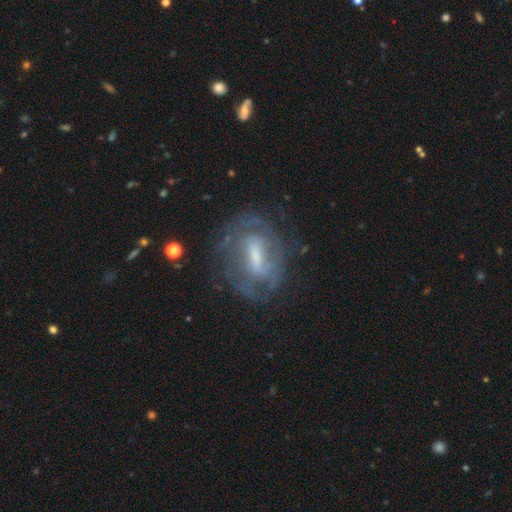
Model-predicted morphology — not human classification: The model was most divided on "bulge size" (2-way tie): moderate: 37%, small: 37%, none: 16%, large: 9%, dominant: 1%. Remaining: edge-on disk — no (93%); spiral arms — yes (77%); smooth or featured — featured or disk (77%); merging — none (66%); spiral winding — tight (54%); spiral arm count — can't tell (47%); bar — weak (43%).